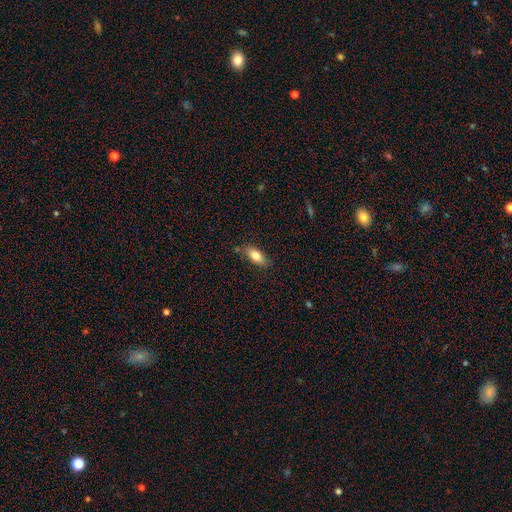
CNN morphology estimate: Overall: smooth (78%). How rounded: in between (81%). Merging: none (79%).